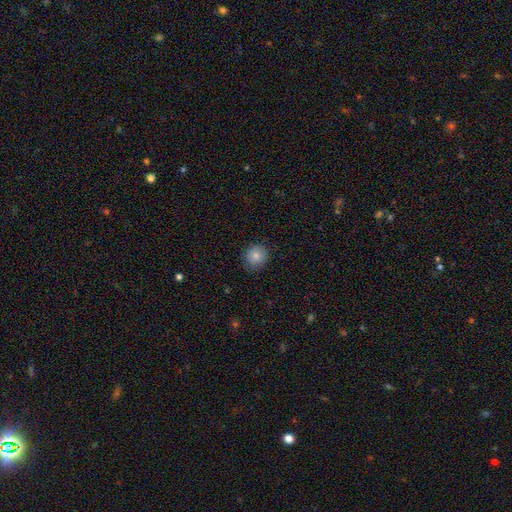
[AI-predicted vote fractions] This is clearly a smooth galaxy (82%). How rounded: clearly round (84%). Merging: clearly none (84%).